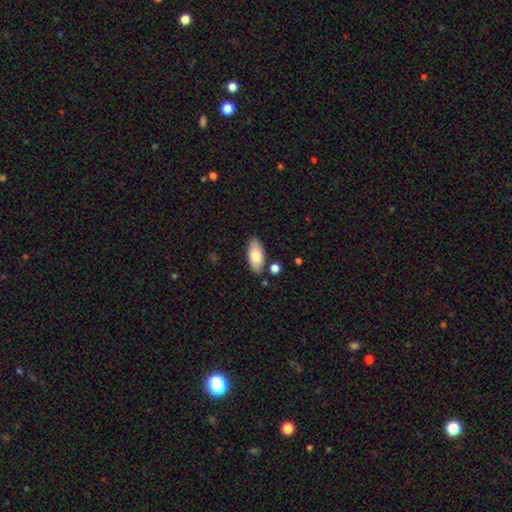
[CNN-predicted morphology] Overall: smooth (77%). How rounded: in between (89%). Merging: none (82%).